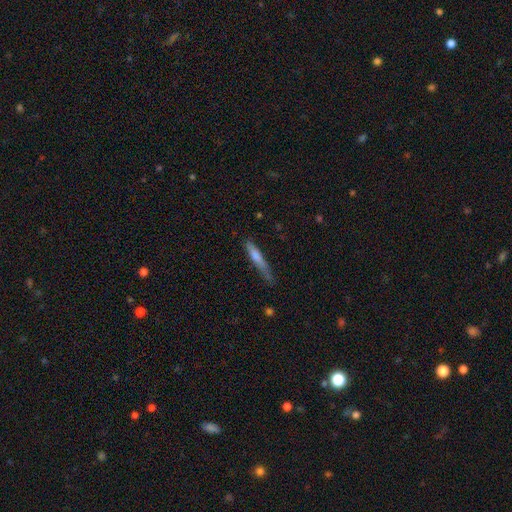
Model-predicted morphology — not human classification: Q: Smooth or featured?
A: smooth (59%); runner-up: featured or disk (34%)
Q: How rounded?
A: cigar-shaped (92%); runner-up: in between (6%)
Q: Merging?
A: none (62%); runner-up: minor disturbance (28%)